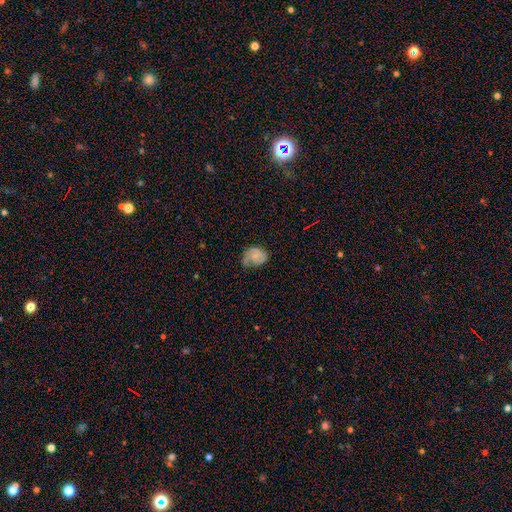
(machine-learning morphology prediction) This is possibly a smooth galaxy (54%). How rounded: possibly in between (57%). Merging: marginally none (43%).